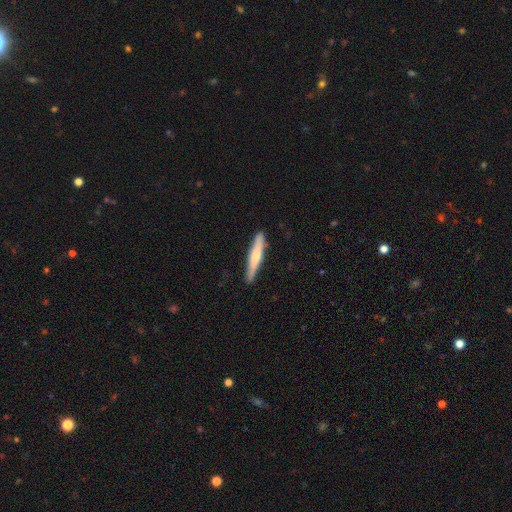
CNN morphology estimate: A smooth galaxy with no disk features (58%) that is cigar-shaped (92%). Merging: none (87%).